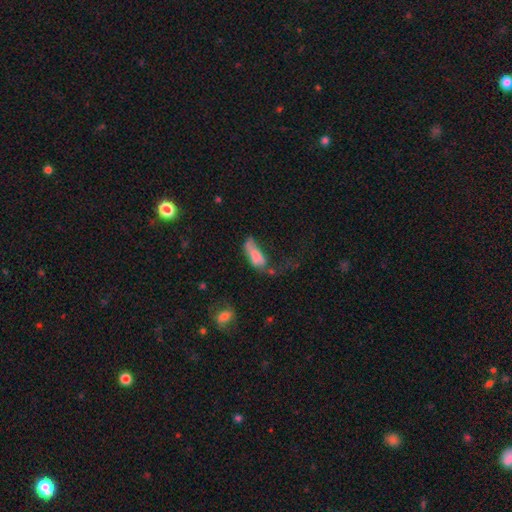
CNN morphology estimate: Smooth or featured? Predicted: smooth (p=0.64). How rounded? Predicted: in between (p=0.71). Merging? Predicted: major disturbance (p=0.45).